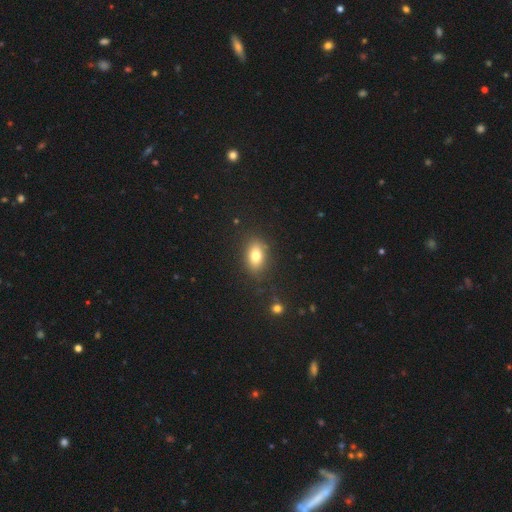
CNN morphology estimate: The model was most divided on "smooth or featured": smooth: 77%, featured or disk: 12%, star or artifact: 11%. More confident: merging — none (84%); how rounded — in between (81%).